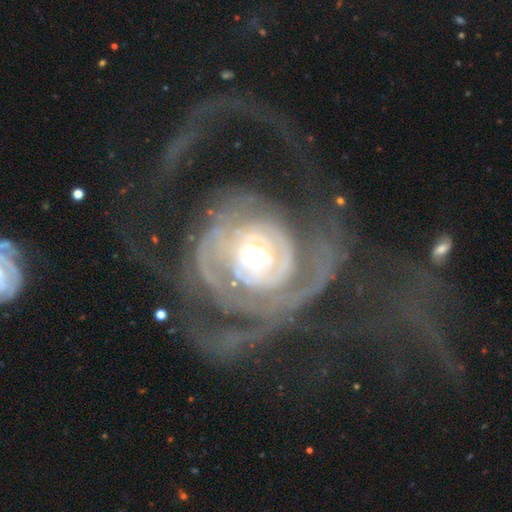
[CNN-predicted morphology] This is clearly a featured or disk galaxy (86%). It is clearly not viewed edge-on (97%). Bar: likely no (76%). Spiral arm pattern: clearly yes (82%). Spiral arm count: marginally 2 (33%). Spiral winding: marginally tight (45%). Central bulge: likely moderate (64%). Merging: possibly major disturbance (59%).